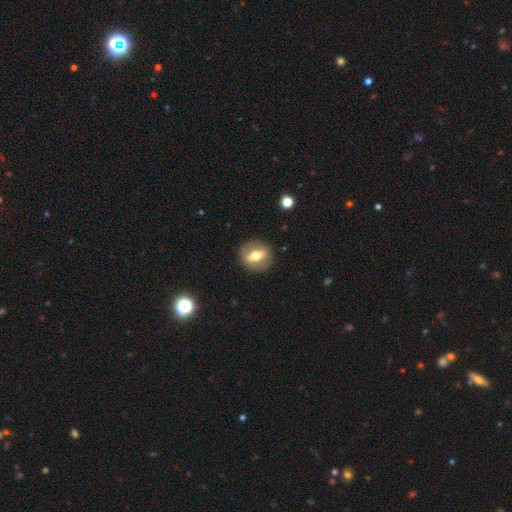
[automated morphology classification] Overall: featured or disk (49%; smooth 43%). Merging: none (87%).